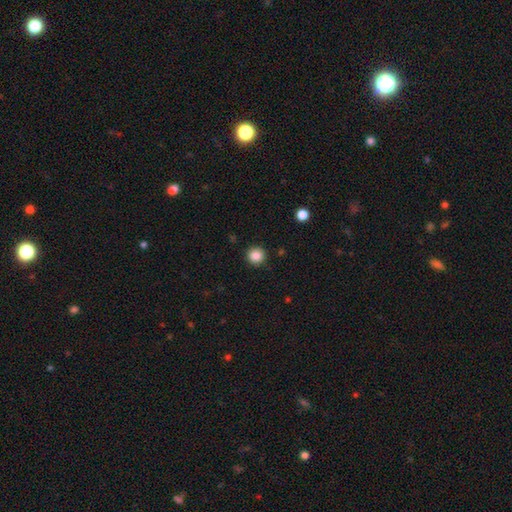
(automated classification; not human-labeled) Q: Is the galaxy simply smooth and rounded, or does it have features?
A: smooth — 86%.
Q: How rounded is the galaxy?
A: round — 94%.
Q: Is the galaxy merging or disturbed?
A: none — 92%.